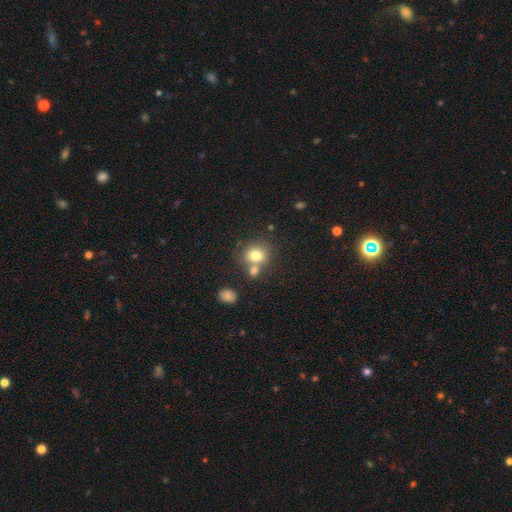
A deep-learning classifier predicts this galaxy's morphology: Smooth or featured?
  - smooth: 77% *
  - star or artifact: 11%
  - featured or disk: 11%
How rounded?
  - round: 71% *
  - in between: 28%
  - cigar-shaped: 1%
Merging?
  - none: 52% *
  - merger: 33%
  - minor disturbance: 11%
  - major disturbance: 4%